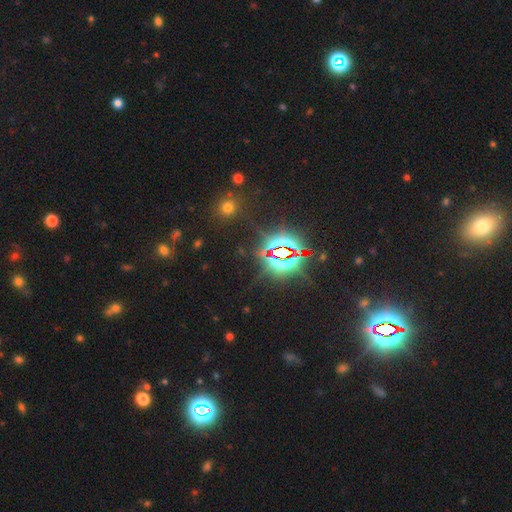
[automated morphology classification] Q: Smooth or featured?
A: star or artifact (81%); runner-up: smooth (12%)